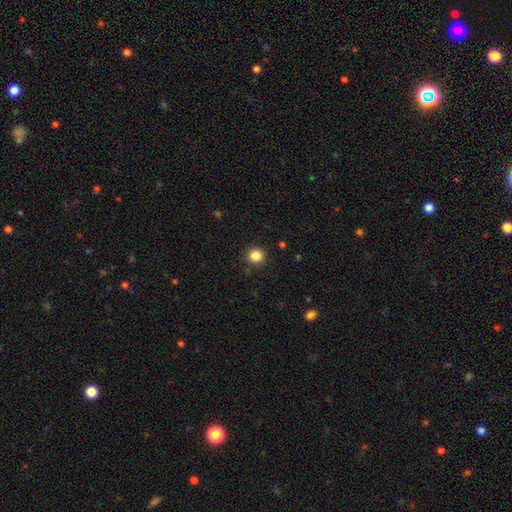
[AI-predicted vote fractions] smooth 85%, star or artifact 12%, featured or disk 4%. Down the decision tree: how rounded — round (92%); merging — none (91%).